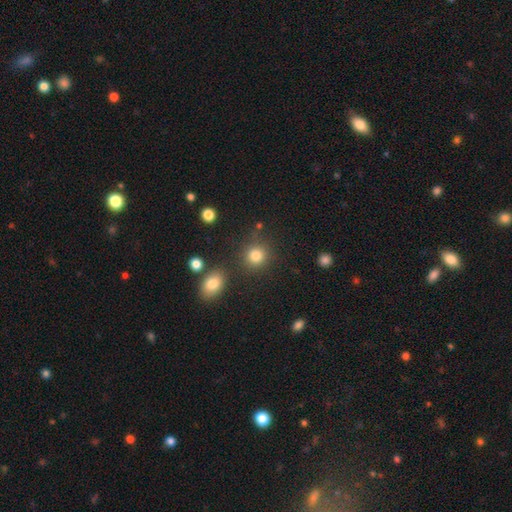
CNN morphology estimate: type=smooth (82%); roundness=round (87%); merging=none (81%).